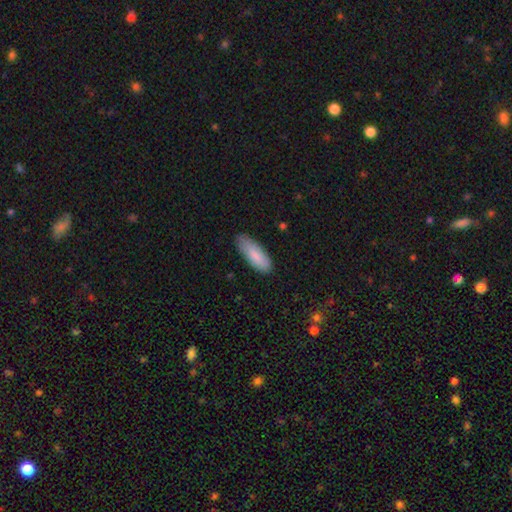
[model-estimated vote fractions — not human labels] Overall: smooth (86%). How rounded: in between (67%; cigar-shaped 31%). Merging: none (78%).